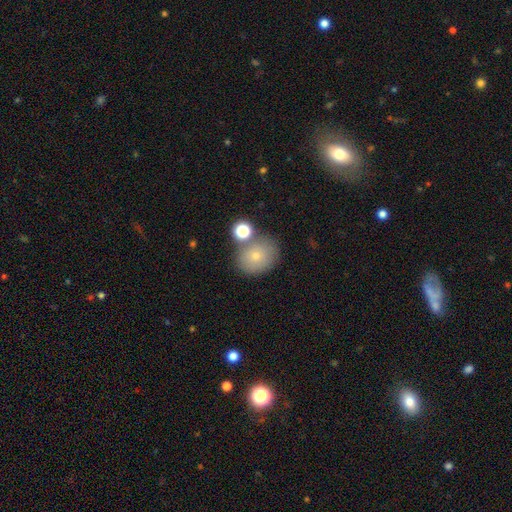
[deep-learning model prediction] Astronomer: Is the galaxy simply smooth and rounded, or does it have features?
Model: smooth — 75%.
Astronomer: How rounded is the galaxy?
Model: round — 66%.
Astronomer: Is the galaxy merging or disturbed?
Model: none — 64%.